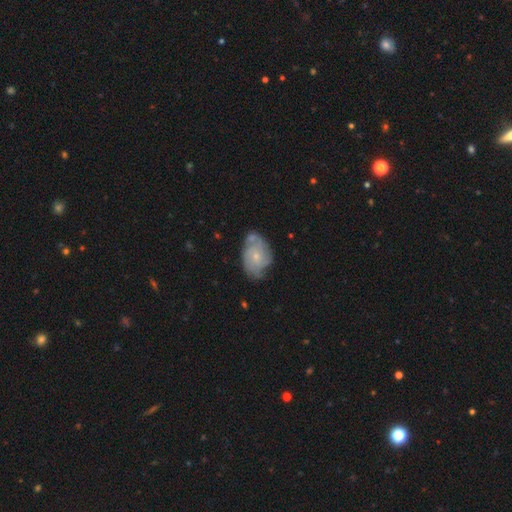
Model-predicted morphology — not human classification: Smooth or featured: featured or disk — 65% (smooth — 28%)
Edge-on disk: no — 97% (yes — 3%)
Bar: no — 75% (weak — 22%)
Spiral arms: yes — 85% (no — 15%)
Spiral winding: tight — 48% (medium — 37%)
Spiral arm count: can't tell — 33% (tied with 2 — 33%)
Bulge size: small — 71% (moderate — 23%)
Merging: none — 54% (minor disturbance — 26%)